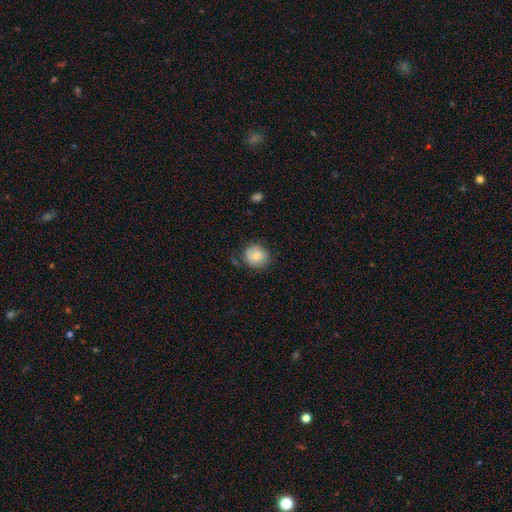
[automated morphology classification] smooth-or-featured: smooth: 80% | featured or disk: 11% | star or artifact: 8%
  how-rounded: round: 77% | in between: 22% | cigar-shaped: 1%
  merging: none: 72% | minor disturbance: 20% | major disturbance: 5% | merger: 2%